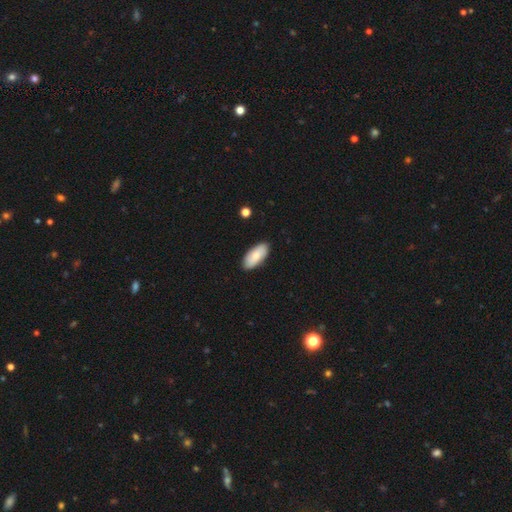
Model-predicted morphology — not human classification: This is clearly a smooth galaxy (80%). How rounded: clearly in between (89%). Merging: clearly none (89%).